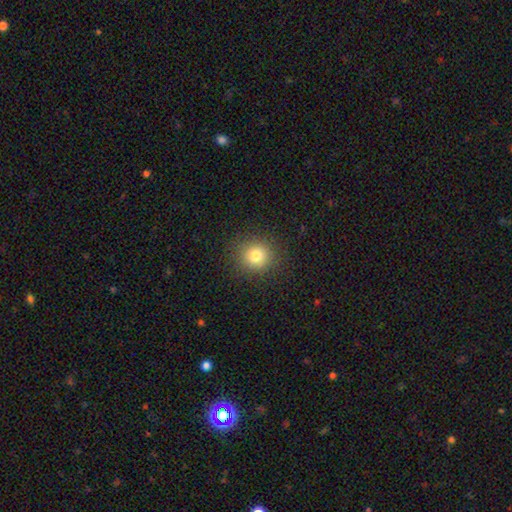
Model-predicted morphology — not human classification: This appears to be a smooth galaxy with no disk features (79%) that is round (89%). Merging: none (89%).